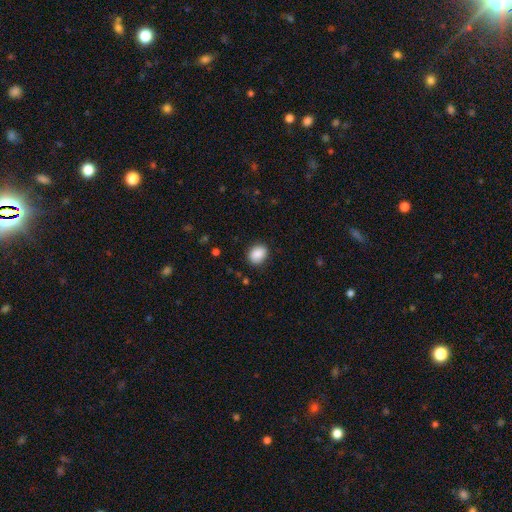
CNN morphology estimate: type=smooth (88%); roundness=round (53%); merging=none (86%).